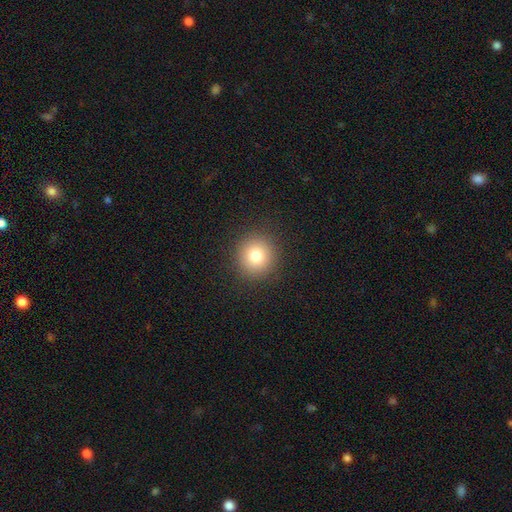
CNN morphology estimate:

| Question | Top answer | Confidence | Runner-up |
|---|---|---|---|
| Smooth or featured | smooth | 80% | star or artifact (12%) |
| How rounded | round | 91% | in between (8%) |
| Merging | none | 90% | minor disturbance (6%) |